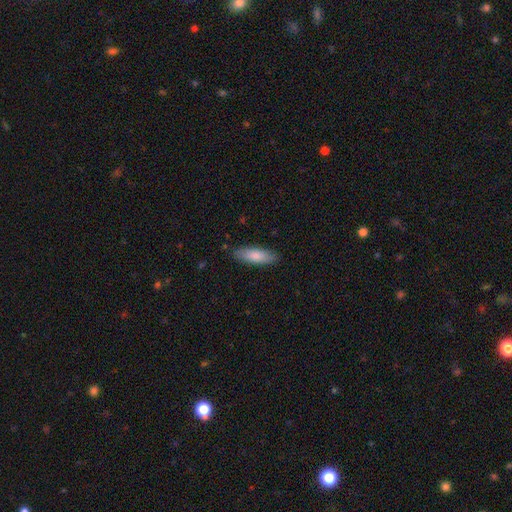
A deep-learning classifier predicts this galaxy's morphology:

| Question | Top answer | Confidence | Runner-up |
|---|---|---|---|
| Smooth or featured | smooth | 83% | featured or disk (12%) |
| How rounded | in between | 53% | cigar-shaped (45%) |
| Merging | none | 86% | minor disturbance (10%) |